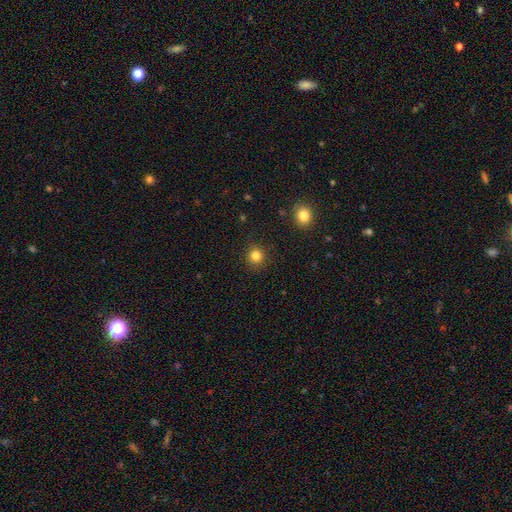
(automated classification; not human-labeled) Q: Smooth or featured?
A: smooth (82%); runner-up: star or artifact (13%)
Q: How rounded?
A: round (91%); runner-up: in between (8%)
Q: Merging?
A: none (90%); runner-up: minor disturbance (6%)